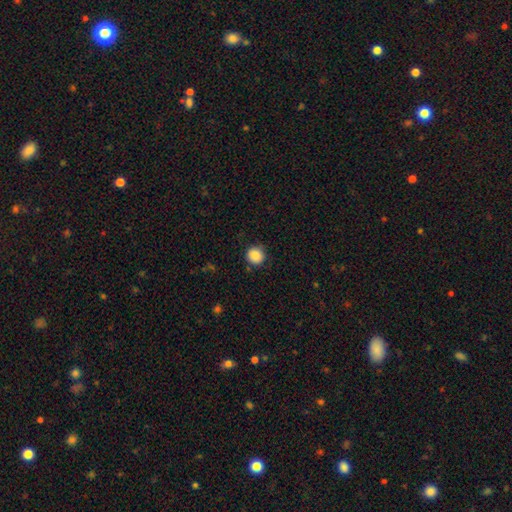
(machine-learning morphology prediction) Overall: smooth (88%). How rounded: round (92%). Merging: none (86%).